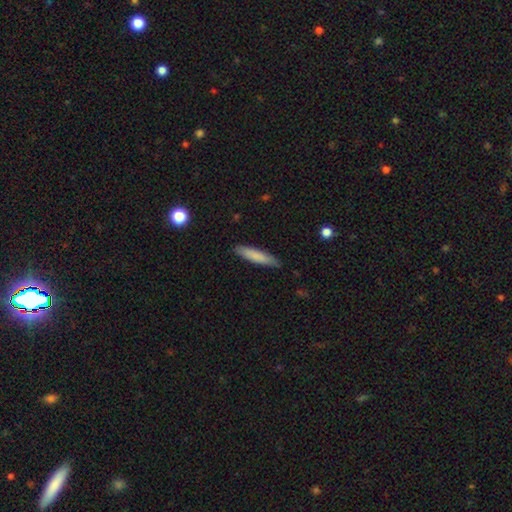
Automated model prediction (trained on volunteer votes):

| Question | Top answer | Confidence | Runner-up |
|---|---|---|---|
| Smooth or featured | smooth | 80% | featured or disk (14%) |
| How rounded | cigar-shaped | 86% | in between (13%) |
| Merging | none | 86% | minor disturbance (11%) |